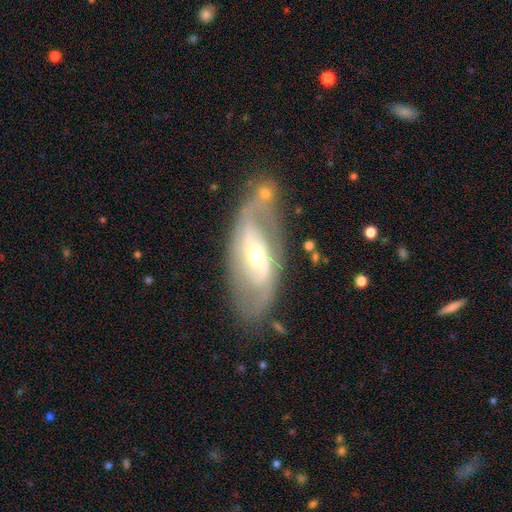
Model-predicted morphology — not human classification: This is likely a featured or disk galaxy (79%). It is clearly not viewed edge-on (92%). Bar: marginally weak (36%, tied with no). Spiral arm pattern: clearly yes (81%). Spiral arm count: likely 2 (77%). Spiral winding: marginally medium (42%). Central bulge: possibly moderate (53%). Merging: likely none (68%).